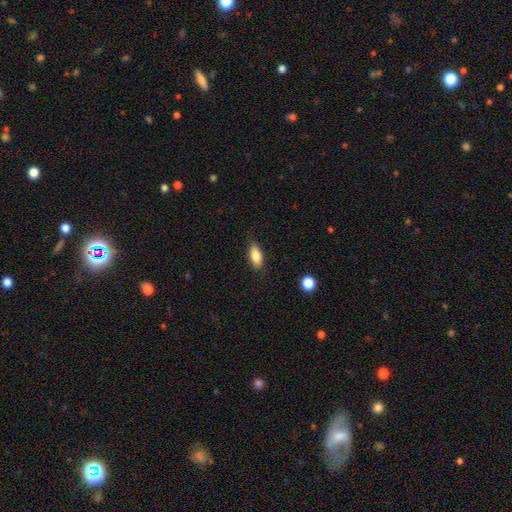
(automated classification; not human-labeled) smooth-or-featured: smooth: 85% | featured or disk: 8% | star or artifact: 7%
  how-rounded: in between: 84% | cigar-shaped: 13% | round: 3%
  merging: none: 87% | minor disturbance: 10% | major disturbance: 2% | merger: 1%